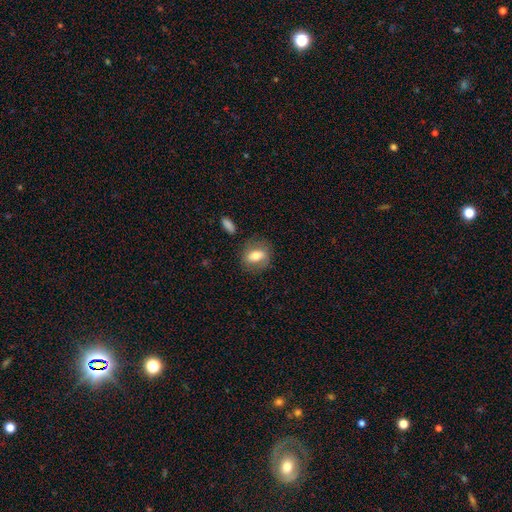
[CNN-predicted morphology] Overall: smooth (65%; featured or disk 28%). How rounded: in between (65%; round 30%). Merging: none (75%).